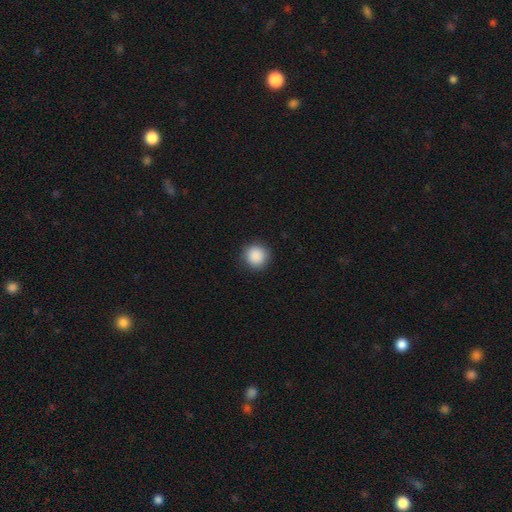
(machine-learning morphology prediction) Q: Smooth or featured?
A: smooth (89%); runner-up: star or artifact (9%)
Q: How rounded?
A: round (94%); runner-up: in between (5%)
Q: Merging?
A: none (91%); runner-up: minor disturbance (6%)